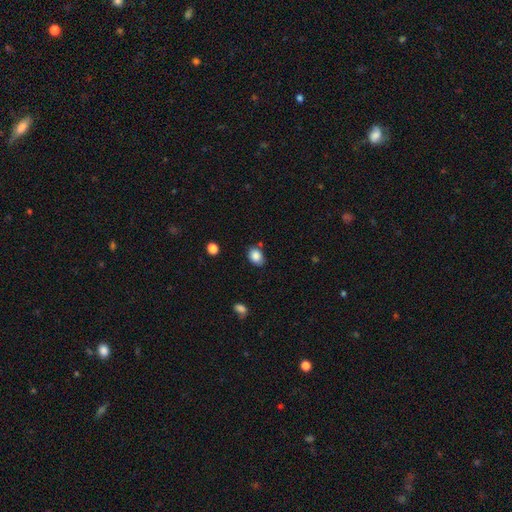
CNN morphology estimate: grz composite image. It shows a smooth galaxy with no disk features (86%) that is in between round and cigar-shaped (66%). Merging: none (73%).